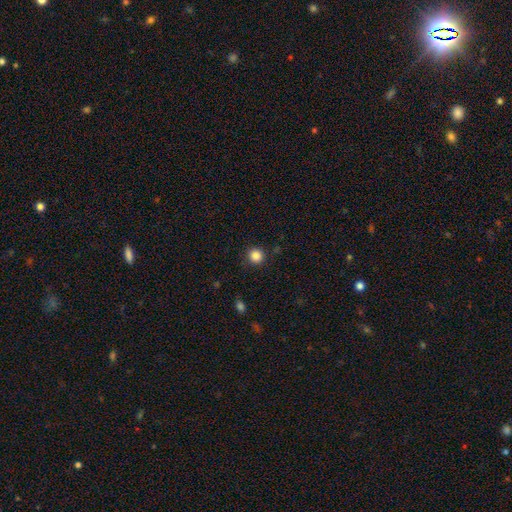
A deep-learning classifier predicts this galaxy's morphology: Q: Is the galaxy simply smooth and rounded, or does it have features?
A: smooth — 86%.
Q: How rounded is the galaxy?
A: round — 93%.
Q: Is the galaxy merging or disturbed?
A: none — 90%.